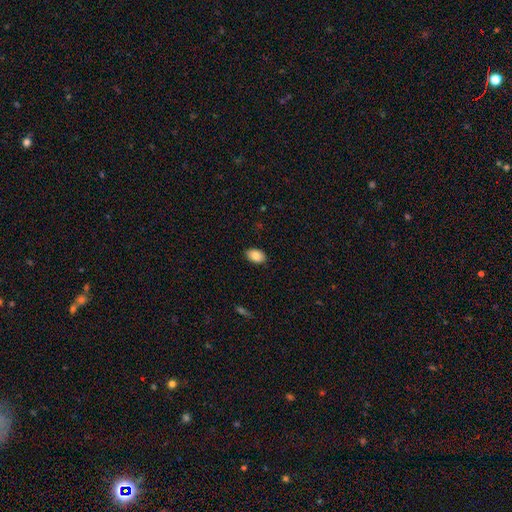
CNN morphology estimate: A smooth galaxy with no disk features (86%) that is in between round and cigar-shaped (89%). Merging: none (88%).